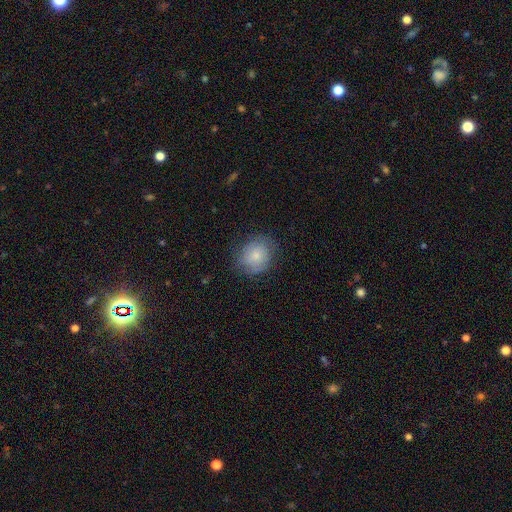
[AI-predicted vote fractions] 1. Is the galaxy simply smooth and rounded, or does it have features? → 73% smooth, 19% featured or disk, 8% star or artifact.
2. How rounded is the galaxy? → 72% round, 27% in between, 1% cigar-shaped.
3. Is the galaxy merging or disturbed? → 71% none, 21% minor disturbance, 7% major disturbance, 1% merger.